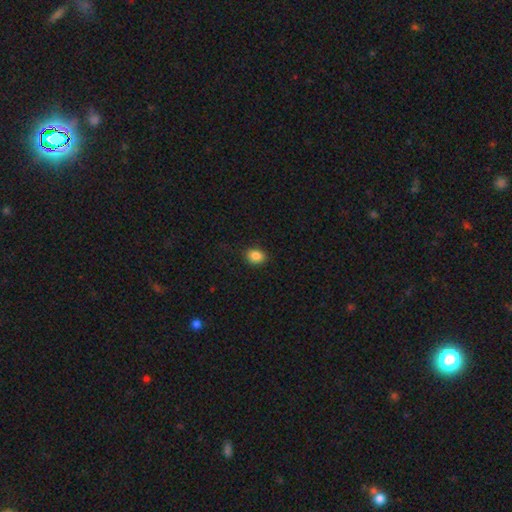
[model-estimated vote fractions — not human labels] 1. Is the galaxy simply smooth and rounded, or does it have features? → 86% smooth, 9% star or artifact, 4% featured or disk.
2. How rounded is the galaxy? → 51% in between, 48% round, 1% cigar-shaped.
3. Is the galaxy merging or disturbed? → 87% none, 9% minor disturbance, 2% major disturbance, 1% merger.